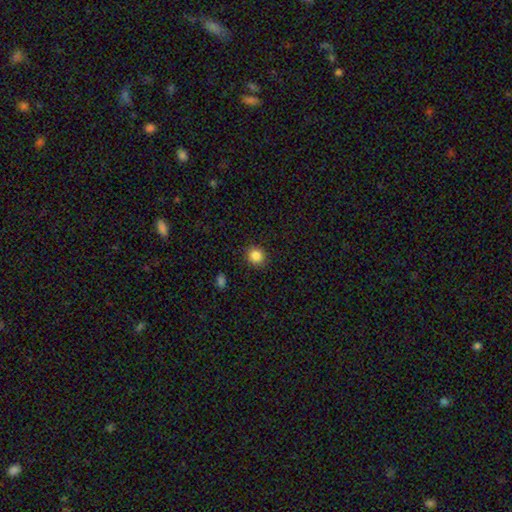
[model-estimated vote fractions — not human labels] A smooth galaxy with no disk features (86%) that is round (84%). Merging: none (89%).